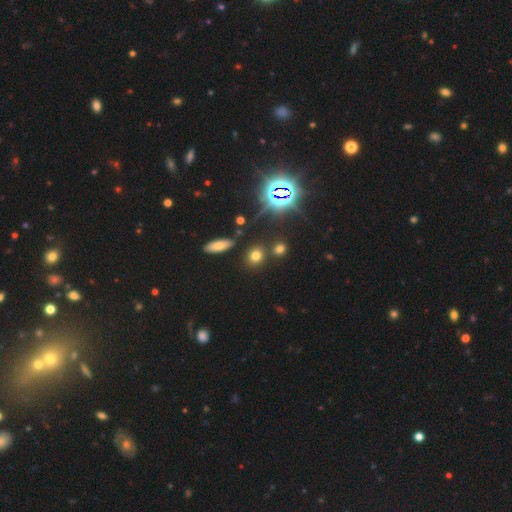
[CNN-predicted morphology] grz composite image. It shows a smooth galaxy with no disk features (64%) that is round (71%). Merging: none (80%).